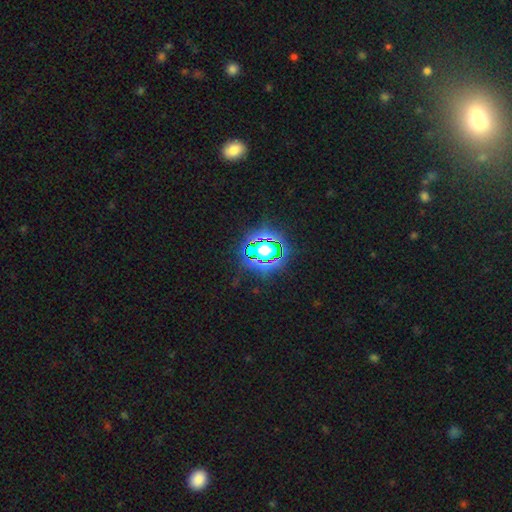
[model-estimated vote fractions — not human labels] Morphology: type=star or artifact (66%).